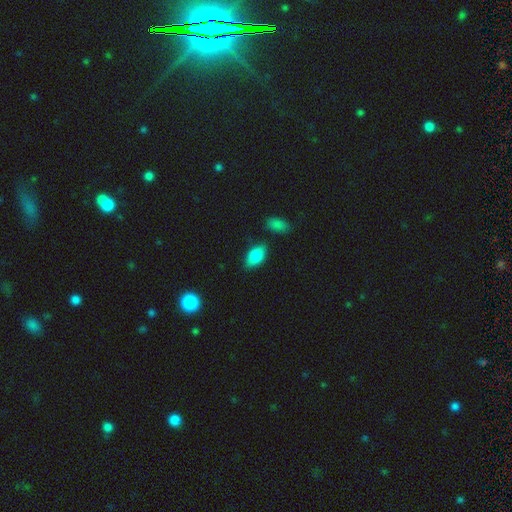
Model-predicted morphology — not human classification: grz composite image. It shows a smooth galaxy with no disk features (83%) that is in between round and cigar-shaped (91%). Merging: none (80%).